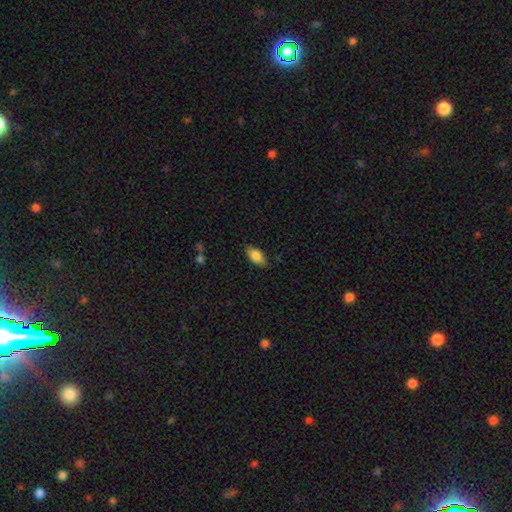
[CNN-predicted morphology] The model was most divided on "merging": none: 80%, minor disturbance: 16%, major disturbance: 3%, merger: 1%. More confident: how rounded — in between (89%); smooth or featured — smooth (83%).